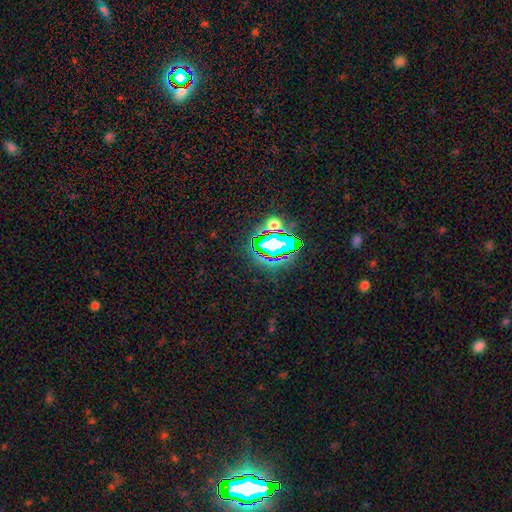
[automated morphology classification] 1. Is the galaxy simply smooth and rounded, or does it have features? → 79% star or artifact, 13% smooth, 8% featured or disk.